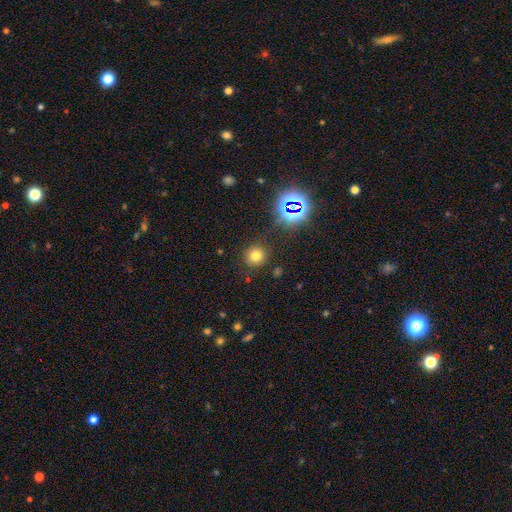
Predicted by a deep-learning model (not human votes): A smooth galaxy with no disk features (71%) that is round (92%).

Vote fractions:
- Smooth or featured? smooth: 71% / star or artifact: 22% / featured or disk: 8%
- How rounded? round: 92% / in between: 7% / cigar-shaped: 1%
- Merging? none: 86% / minor disturbance: 8% / major disturbance: 3% / merger: 3%